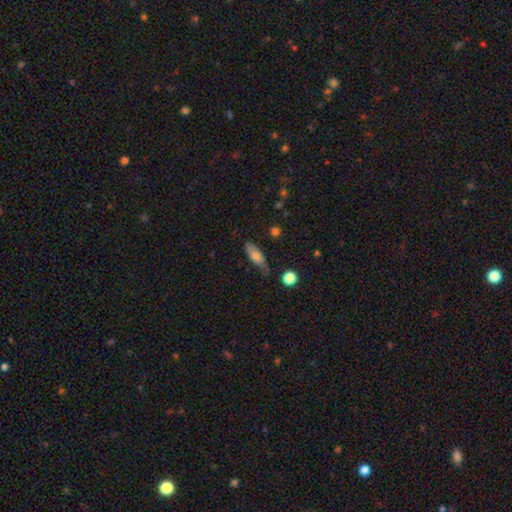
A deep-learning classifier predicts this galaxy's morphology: Smooth or featured? Predicted: smooth (p=0.70). How rounded? Predicted: in between (p=0.70). Merging? Predicted: none (p=0.55).